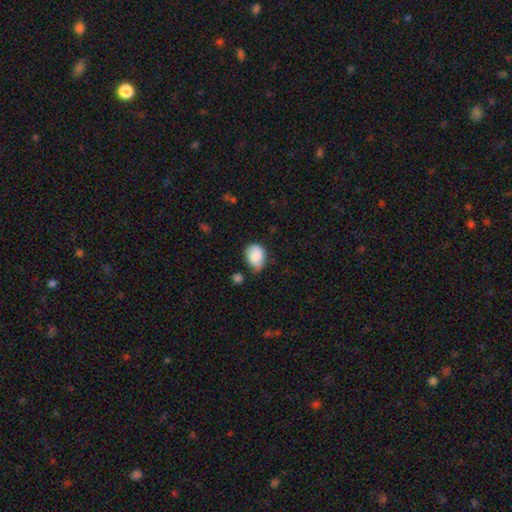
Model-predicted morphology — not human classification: Smooth or featured? smooth (85%)
How rounded? in between (56%)
Merging? none (46%)